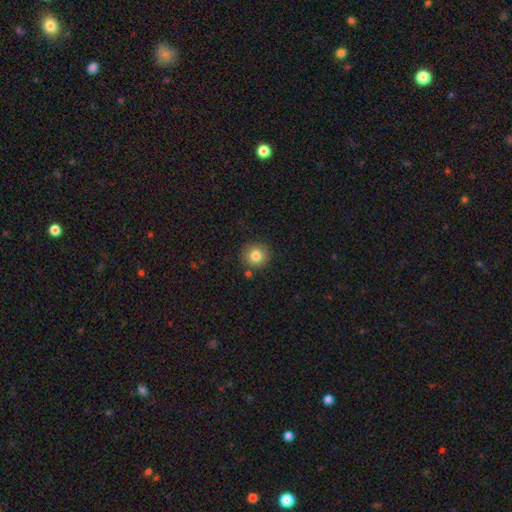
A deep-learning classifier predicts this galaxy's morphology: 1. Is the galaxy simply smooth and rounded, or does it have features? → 82% smooth, 10% star or artifact, 7% featured or disk.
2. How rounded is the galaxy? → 92% round, 7% in between, 1% cigar-shaped.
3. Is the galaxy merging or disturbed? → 86% none, 8% minor disturbance, 4% merger, 2% major disturbance.